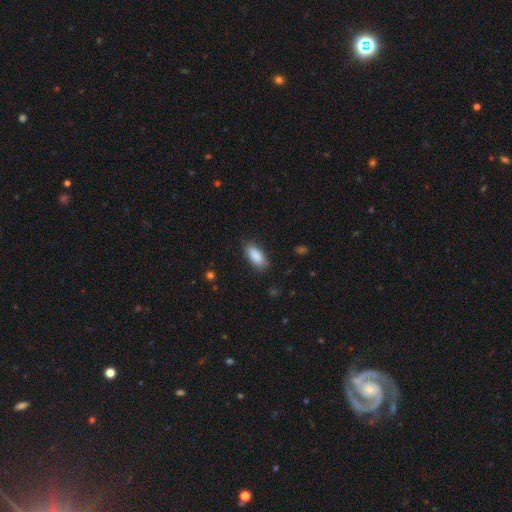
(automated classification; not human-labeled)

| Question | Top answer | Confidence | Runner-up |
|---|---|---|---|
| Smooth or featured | smooth | 89% | star or artifact (6%) |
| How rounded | in between | 88% | cigar-shaped (10%) |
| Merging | none | 84% | minor disturbance (12%) |